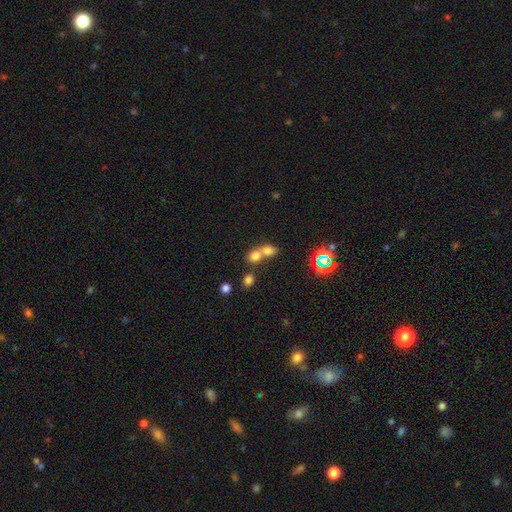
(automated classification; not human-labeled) smooth-or-featured: smooth: 71% | star or artifact: 17% | featured or disk: 12%
  how-rounded: round: 59% | in between: 39% | cigar-shaped: 2%
  merging: merger: 65% | none: 27% | minor disturbance: 5% | major disturbance: 3%